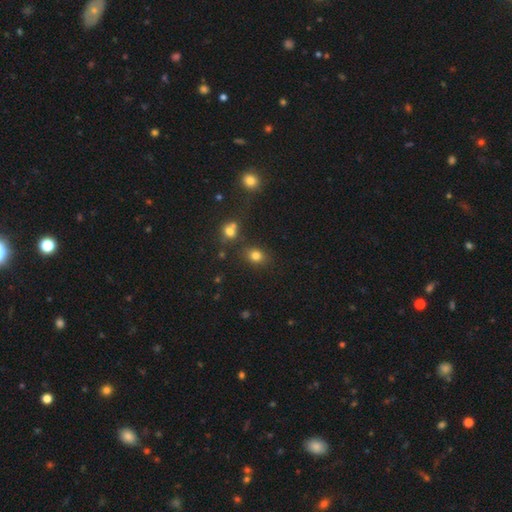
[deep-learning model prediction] This is likely a smooth galaxy (79%). How rounded: possibly round (56%). Merging: likely none (78%).